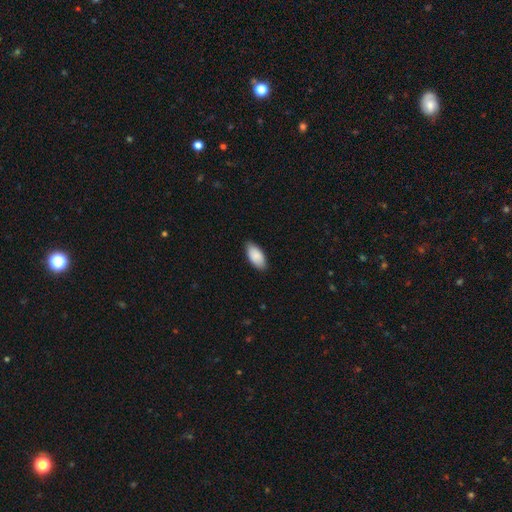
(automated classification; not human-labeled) smooth_or_featured: smooth (p=0.89) [alt: star or artifact p=0.06]
how_rounded: in between (p=0.94) [alt: cigar-shaped p=0.04]
merging: none (p=0.85) [alt: minor disturbance p=0.12]